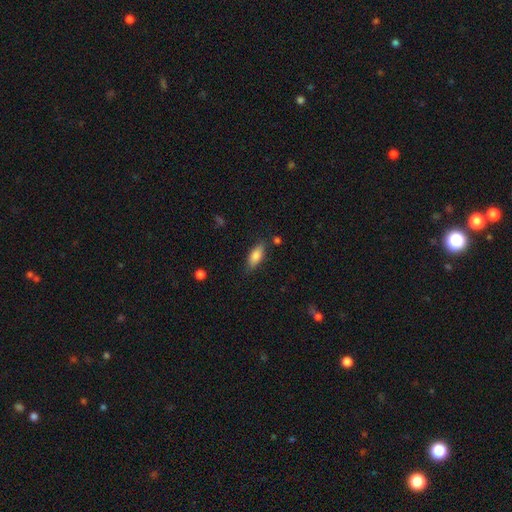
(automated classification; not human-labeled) smooth-or-featured: smooth: 82% | featured or disk: 12% | star or artifact: 7%
  how-rounded: in between: 78% | cigar-shaped: 19% | round: 2%
  merging: none: 78% | minor disturbance: 16% | major disturbance: 4% | merger: 3%